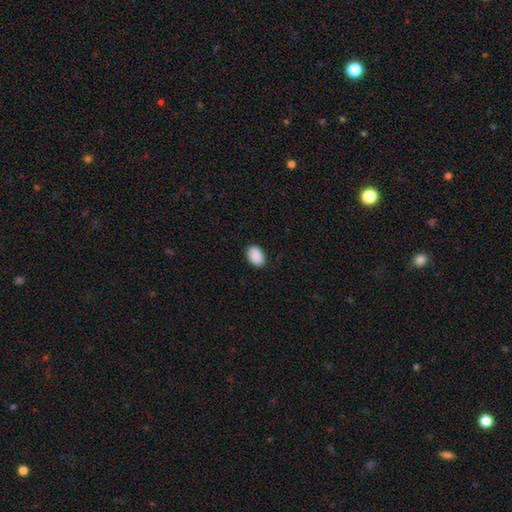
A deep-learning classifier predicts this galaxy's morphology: Smooth or featured? smooth (91%)
How rounded? in between (82%)
Merging? none (88%)